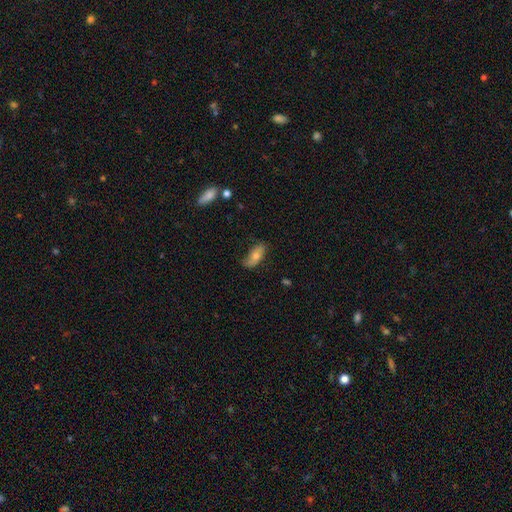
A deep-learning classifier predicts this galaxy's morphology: Smooth or featured: smooth — 61% (featured or disk — 32%)
How rounded: in between — 86% (cigar-shaped — 10%)
Merging: none — 62% (minor disturbance — 28%)